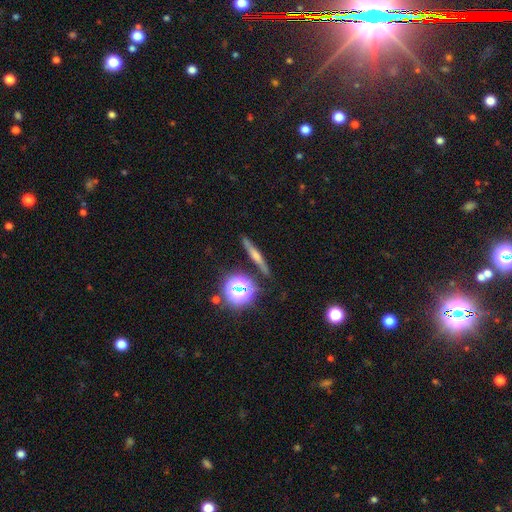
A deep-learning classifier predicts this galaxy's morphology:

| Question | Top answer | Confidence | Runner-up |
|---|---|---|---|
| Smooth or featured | featured or disk | 53% | smooth (29%) |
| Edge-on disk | yes | 94% | no (6%) |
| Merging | none | 88% | minor disturbance (8%) |